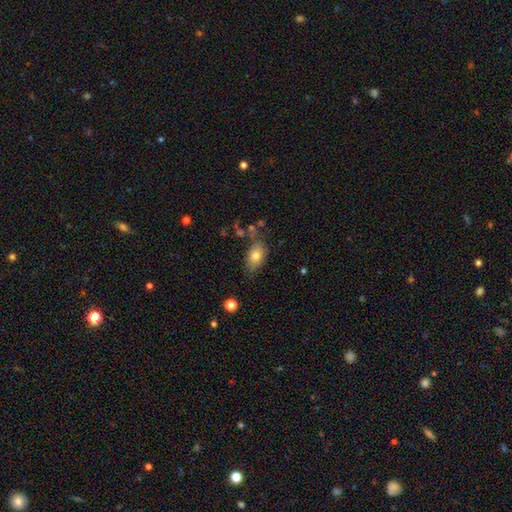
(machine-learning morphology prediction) This is likely a smooth galaxy (78%). How rounded: clearly in between (88%). Merging: likely none (66%).